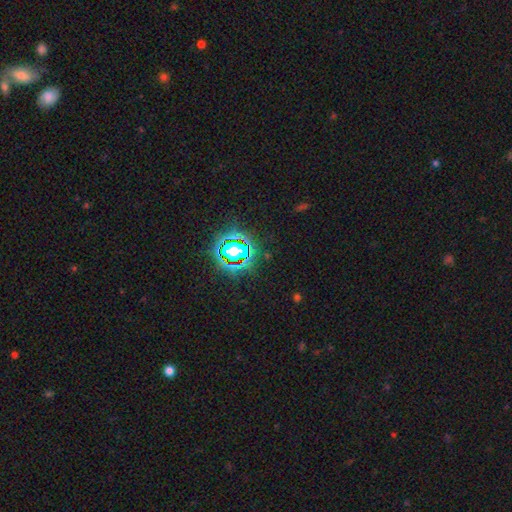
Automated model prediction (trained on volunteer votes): The model was most divided on "smooth or featured": star or artifact: 82%, smooth: 12%, featured or disk: 6%.